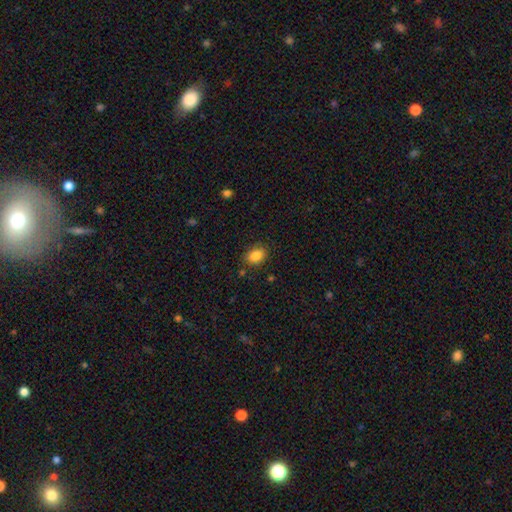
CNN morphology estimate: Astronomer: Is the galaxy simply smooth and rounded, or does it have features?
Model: smooth — 85%.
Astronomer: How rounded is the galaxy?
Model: in between — 73%.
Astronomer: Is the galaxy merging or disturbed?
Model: none — 83%.